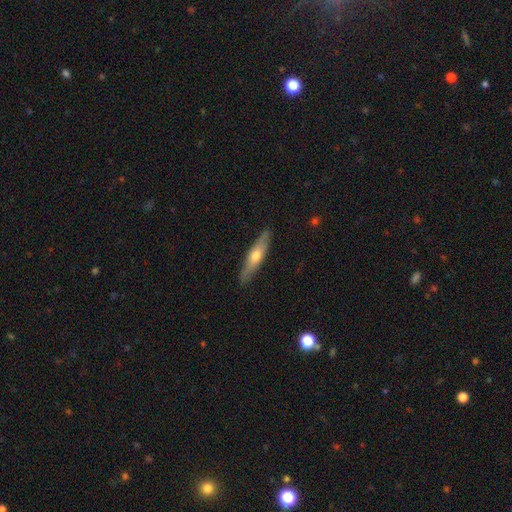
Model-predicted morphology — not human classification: featured or disk 49%, smooth 46%, star or artifact 6%. Down the decision tree: merging — none (87%).